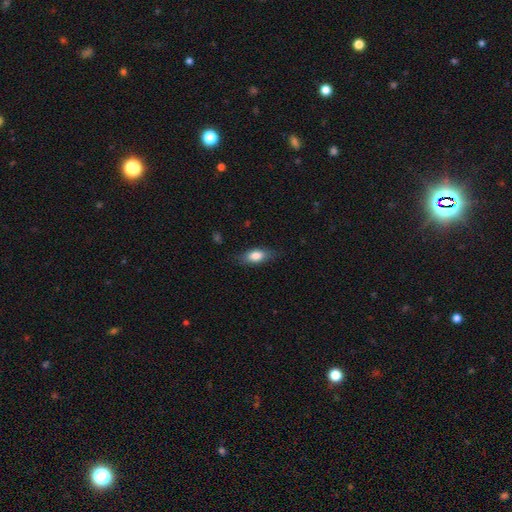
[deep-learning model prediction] This appears to be a smooth galaxy with no disk features (79%) that is in between round and cigar-shaped (81%). Merging: none (79%).